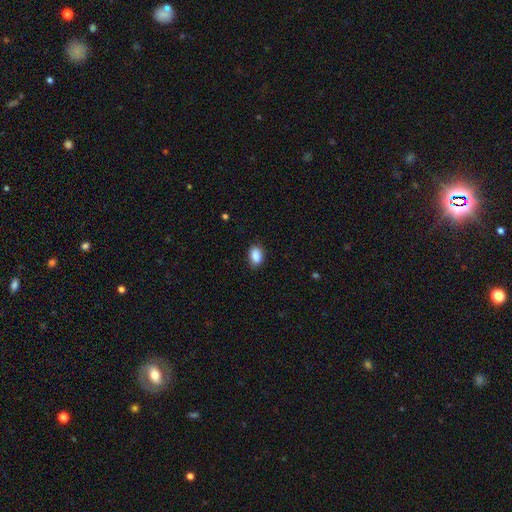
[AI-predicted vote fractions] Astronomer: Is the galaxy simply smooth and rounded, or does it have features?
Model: smooth — 89%.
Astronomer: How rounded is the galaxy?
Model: in between — 87%.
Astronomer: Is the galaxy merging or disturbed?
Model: none — 83%.